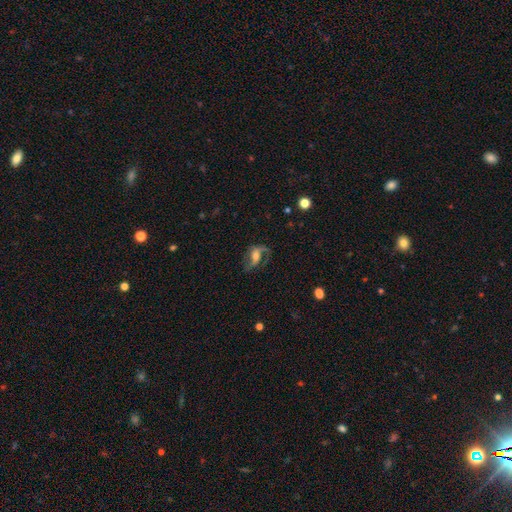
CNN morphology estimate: featured or disk 72%, smooth 19%, star or artifact 8%. Down the decision tree: edge-on disk — no (95%); bar — weak (40%); spiral arms — yes (90%); spiral arm count — 2 (79%); spiral winding — loose (55%); bulge size — moderate (54%); merging — none (56%).